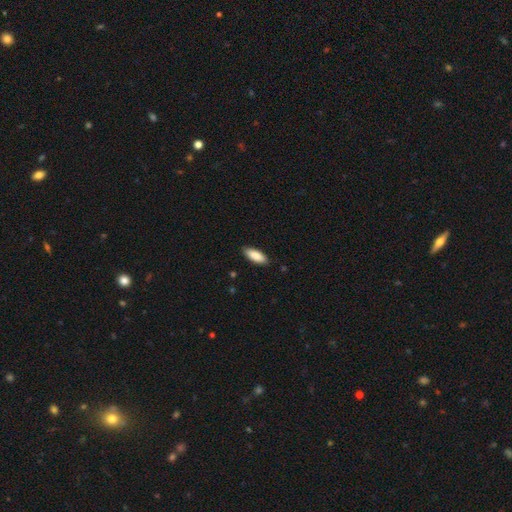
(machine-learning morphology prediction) Q: Smooth or featured?
A: smooth (87%); runner-up: featured or disk (7%)
Q: How rounded?
A: in between (76%); runner-up: cigar-shaped (22%)
Q: Merging?
A: none (87%); runner-up: minor disturbance (10%)